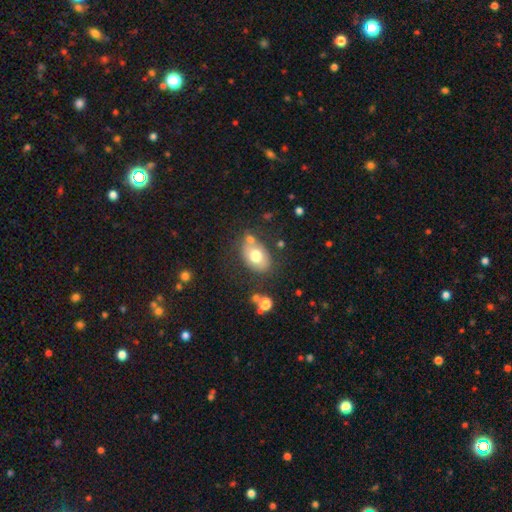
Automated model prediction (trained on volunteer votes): Morphology: type=smooth (70%); roundness=in between (75%); merging=none (61%).